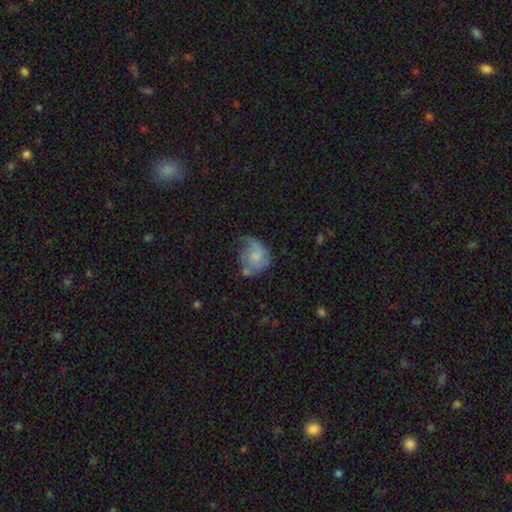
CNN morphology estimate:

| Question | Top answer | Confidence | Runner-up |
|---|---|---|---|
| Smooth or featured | featured or disk | 49% | smooth (44%) |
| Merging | major disturbance | 33% | tied: minor disturbance (33%) |